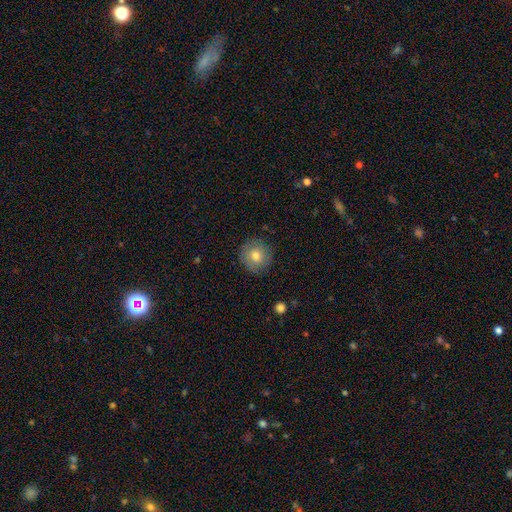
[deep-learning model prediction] Smooth or featured? smooth (75%)
How rounded? round (93%)
Merging? none (87%)